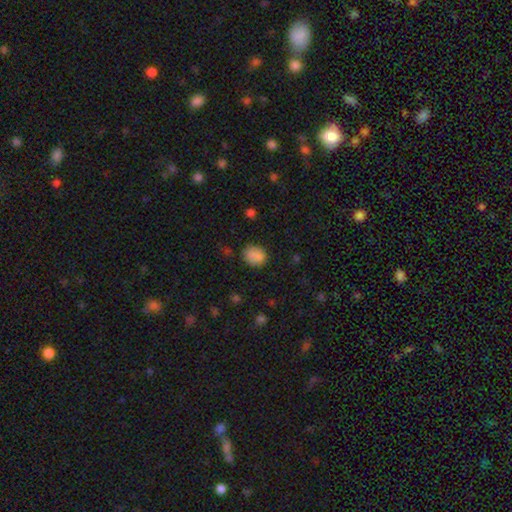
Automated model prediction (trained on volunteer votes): The model was most divided on "how rounded": round: 60%, in between: 39%, cigar-shaped: 1%. More confident: smooth or featured — smooth (84%); merging — none (75%).